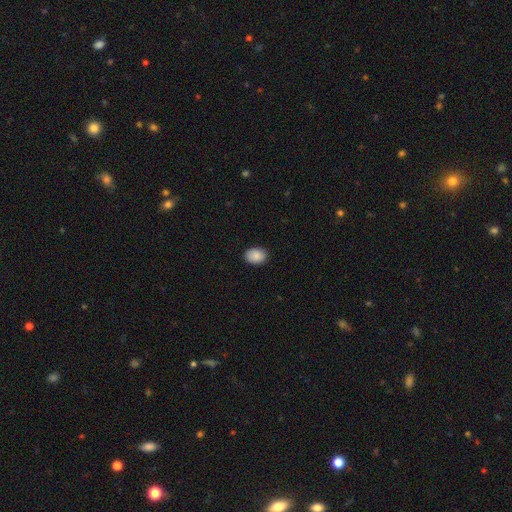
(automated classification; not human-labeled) Smooth or featured: smooth — 88% (star or artifact — 7%)
How rounded: in between — 73% (round — 26%)
Merging: none — 88% (minor disturbance — 10%)